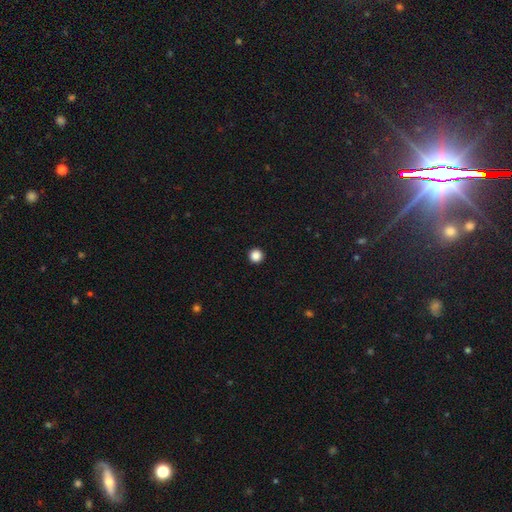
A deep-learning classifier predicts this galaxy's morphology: This appears to be a smooth galaxy with no disk features (87%) that is round (97%). Merging: none (94%).